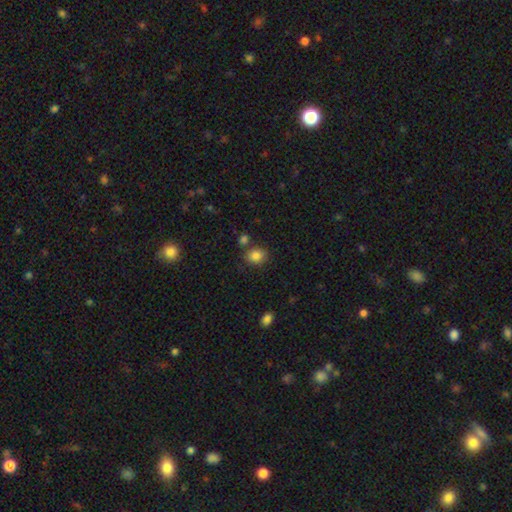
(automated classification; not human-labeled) A smooth galaxy with no disk features (85%) that is round (57%).

Vote fractions:
- Smooth or featured? smooth: 85% / star or artifact: 10% / featured or disk: 5%
- How rounded? round: 57% / in between: 42% / cigar-shaped: 1%
- Merging? none: 74% / minor disturbance: 13% / merger: 9% / major disturbance: 4%